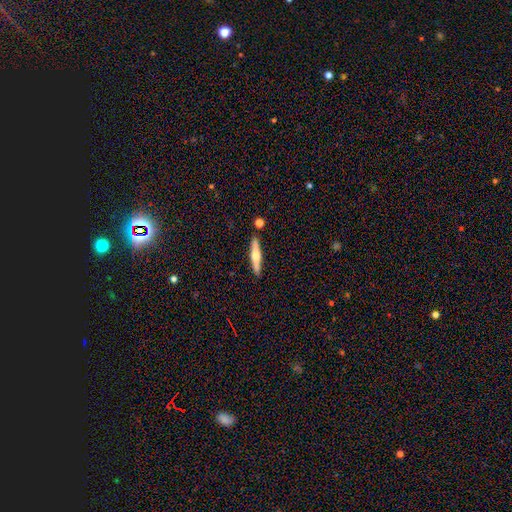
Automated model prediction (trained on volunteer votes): A featured or disk galaxy (54%) viewed edge-on (95%) with a rounded central bulge (89%).

Vote fractions:
- Smooth or featured? featured or disk: 54% / smooth: 41% / star or artifact: 6%
- Edge-on disk? yes: 95% / no: 5%
- Edge-on bulge? rounded: 89% / none: 6% / boxy: 5%
- Merging? none: 87% / minor disturbance: 8% / merger: 4% / major disturbance: 2%